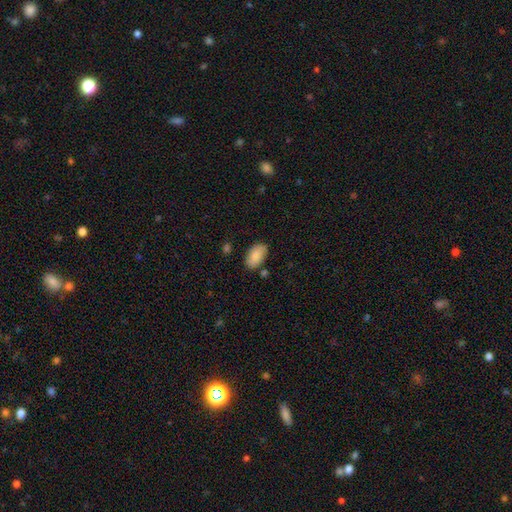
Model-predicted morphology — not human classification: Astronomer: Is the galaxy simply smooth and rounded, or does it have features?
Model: smooth — 87%.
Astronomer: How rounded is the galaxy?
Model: in between — 95%.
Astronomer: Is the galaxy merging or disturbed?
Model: none — 80%.